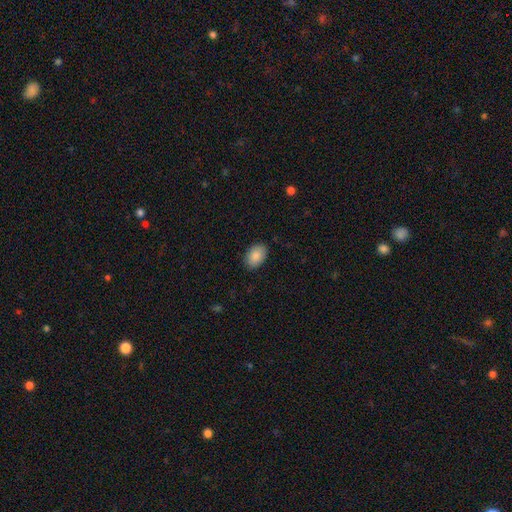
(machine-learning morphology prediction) A smooth galaxy with no disk features (89%) that is in between round and cigar-shaped (89%).

Vote fractions:
- Smooth or featured? smooth: 89% / star or artifact: 7% / featured or disk: 5%
- How rounded? in between: 89% / round: 10% / cigar-shaped: 1%
- Merging? none: 87% / minor disturbance: 10% / major disturbance: 2% / merger: 1%